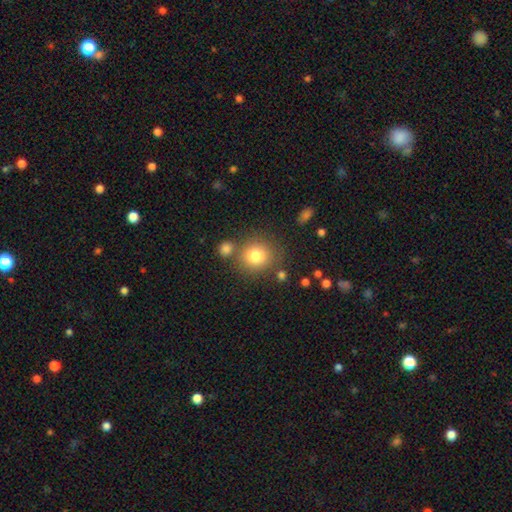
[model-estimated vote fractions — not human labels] This appears to be a smooth galaxy with no disk features (81%) that is round (86%). Merging: none (72%).